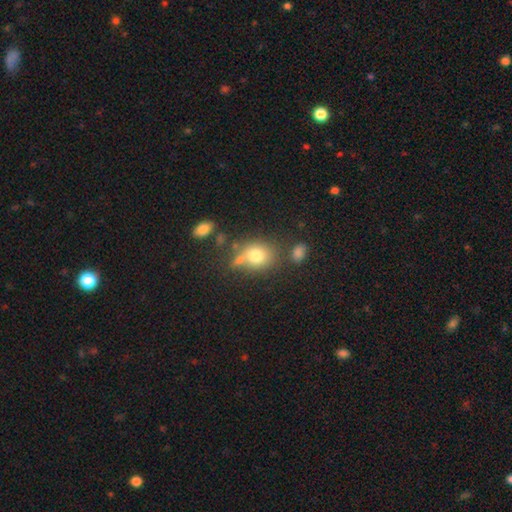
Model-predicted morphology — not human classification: The model was most divided on "how rounded": round: 61%, in between: 38%, cigar-shaped: 1%. More confident: smooth or featured — smooth (75%); merging — none (53%).